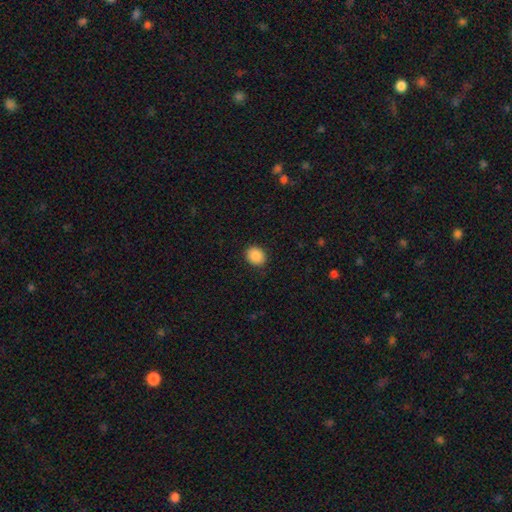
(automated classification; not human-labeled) Smooth or featured: smooth — 87% (star or artifact — 9%)
How rounded: round — 63% (in between — 36%)
Merging: none — 89% (minor disturbance — 8%)